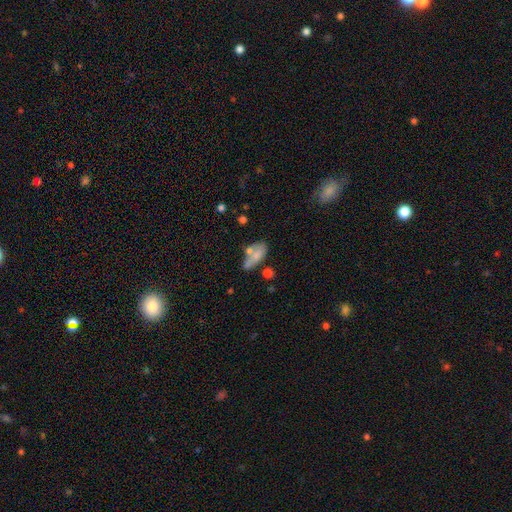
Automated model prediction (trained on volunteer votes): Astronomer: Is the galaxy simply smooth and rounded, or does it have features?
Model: smooth — 67%.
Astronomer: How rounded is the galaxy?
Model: in between — 81%.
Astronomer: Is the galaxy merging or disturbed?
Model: none — 41% (runner-up: merger, 26%).